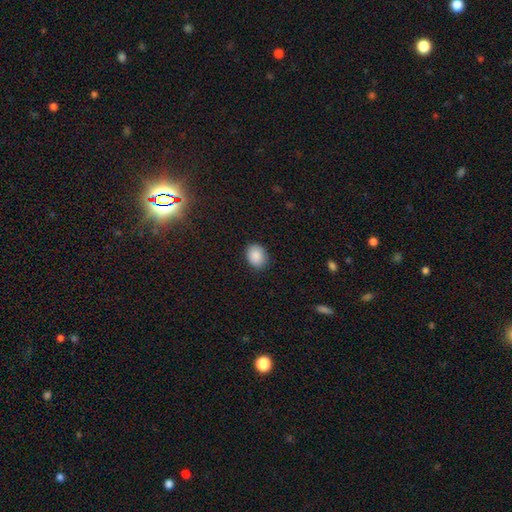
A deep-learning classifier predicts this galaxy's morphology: A smooth galaxy with no disk features (88%) that is round (51%).

Vote fractions:
- Smooth or featured? smooth: 88% / star or artifact: 8% / featured or disk: 4%
- How rounded? round: 51% / in between: 49% / cigar-shaped: 1%
- Merging? none: 87% / minor disturbance: 10% / major disturbance: 2% / merger: 1%